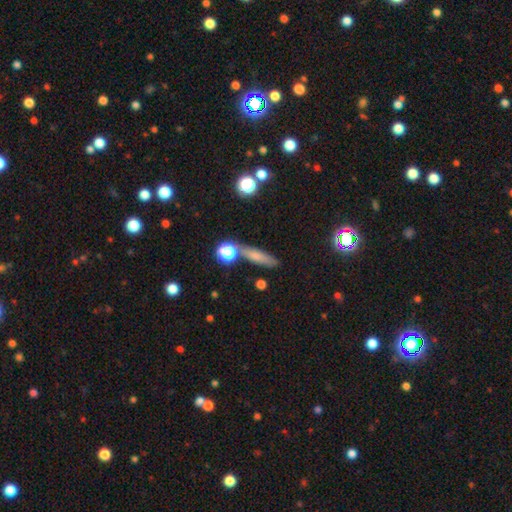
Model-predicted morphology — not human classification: smooth_or_featured: smooth (p=0.64) [alt: featured or disk p=0.22]
how_rounded: cigar-shaped (p=0.71) [alt: in between p=0.21]
merging: none (p=0.75) [alt: minor disturbance p=0.12]